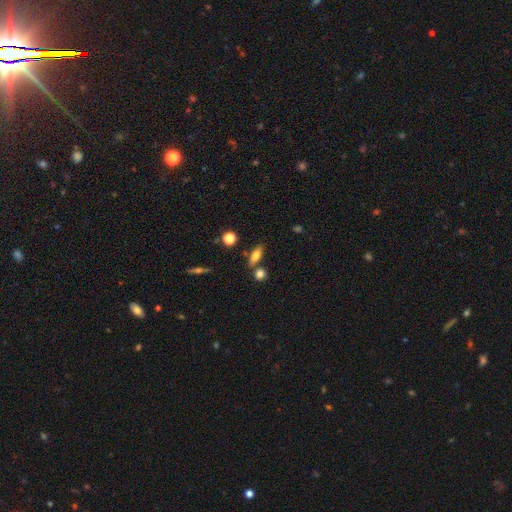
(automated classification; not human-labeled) Smooth or featured?
  - smooth: 66% *
  - featured or disk: 24%
  - star or artifact: 10%
How rounded?
  - in between: 61% *
  - cigar-shaped: 32%
  - round: 7%
Merging?
  - none: 72% *
  - merger: 12%
  - minor disturbance: 12%
  - major disturbance: 3%